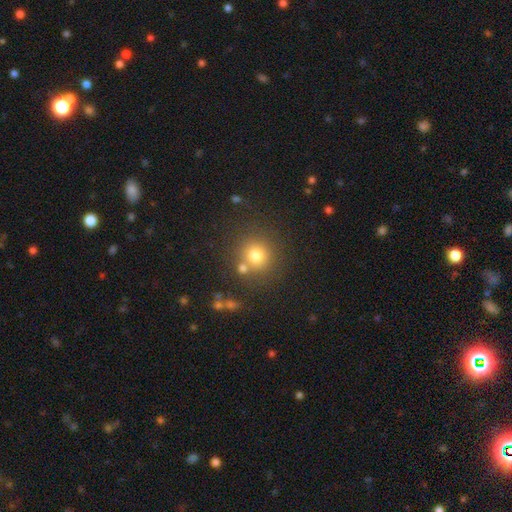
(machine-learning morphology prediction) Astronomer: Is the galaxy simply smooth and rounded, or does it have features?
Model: smooth — 76%.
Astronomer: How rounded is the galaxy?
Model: round — 92%.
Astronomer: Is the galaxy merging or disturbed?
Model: none — 73%.